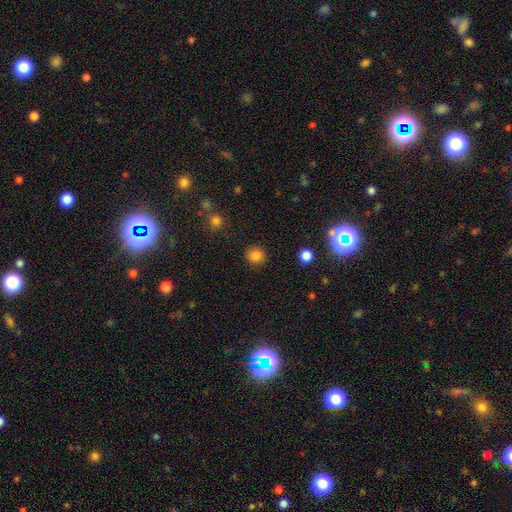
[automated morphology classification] A smooth galaxy with no disk features (84%) that is round (86%). Merging: none (88%).